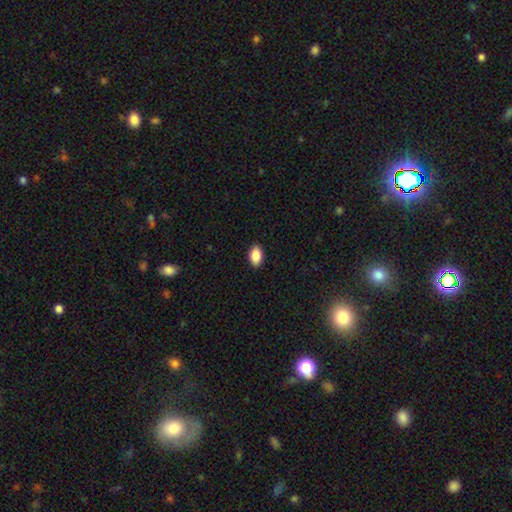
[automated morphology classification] This appears to be a smooth galaxy with no disk features (88%) that is in between round and cigar-shaped (90%). Merging: none (89%).